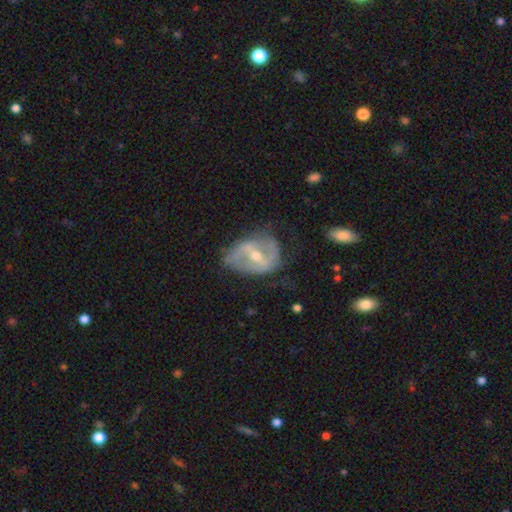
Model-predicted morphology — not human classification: smooth-or-featured: featured or disk: 76% | smooth: 17% | star or artifact: 7%
  disk-edge-on: no: 95% | yes: 5%
    bar: strong: 49% | weak: 35% | no: 16%
    has-spiral-arms: yes: 66% | no: 34%
    bulge-size: moderate: 54% | small: 43% | large: 2% | none: 1% | dominant: 1%
  merging: none: 52% | minor disturbance: 29% | major disturbance: 16% | merger: 2%